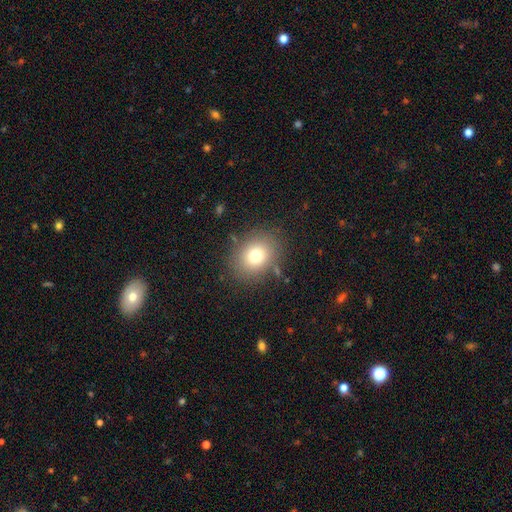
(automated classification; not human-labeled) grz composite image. It shows a smooth galaxy with no disk features (75%) that is round (57%). Merging: none (83%).